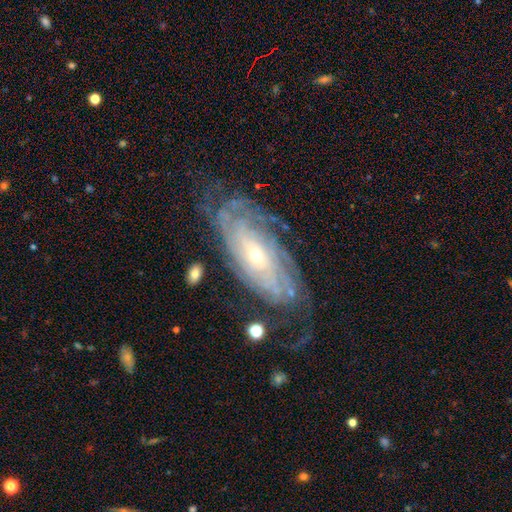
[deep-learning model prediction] Smooth or featured: featured or disk — 86% (smooth — 7%)
Edge-on disk: no — 92% (yes — 8%)
Bar: no — 72% (weak — 20%)
Spiral arms: yes — 95% (no — 5%)
Spiral winding: tight — 75% (medium — 19%)
Spiral arm count: can't tell — 40% (4 — 18%)
Bulge size: small — 72% (moderate — 24%)
Merging: none — 69% (minor disturbance — 19%)